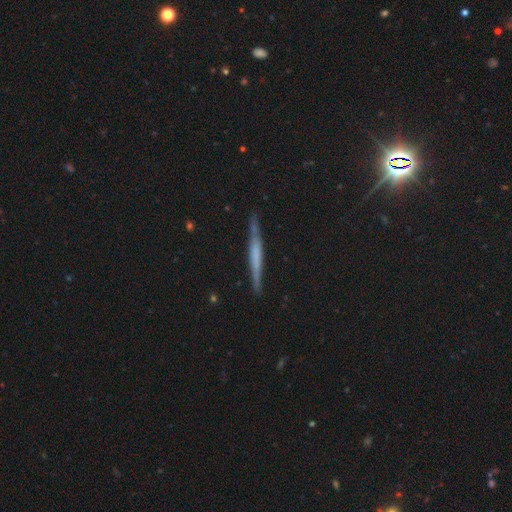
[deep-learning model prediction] This appears to be a featured or disk galaxy (58%) viewed edge-on (96%) with no central bulge (59%). Merging: none (85%).